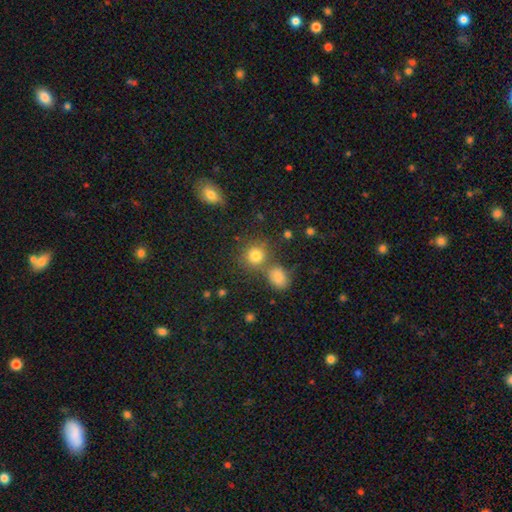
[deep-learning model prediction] smooth 79%, star or artifact 13%, featured or disk 7%. Down the decision tree: how rounded — round (84%); merging — none (66%).